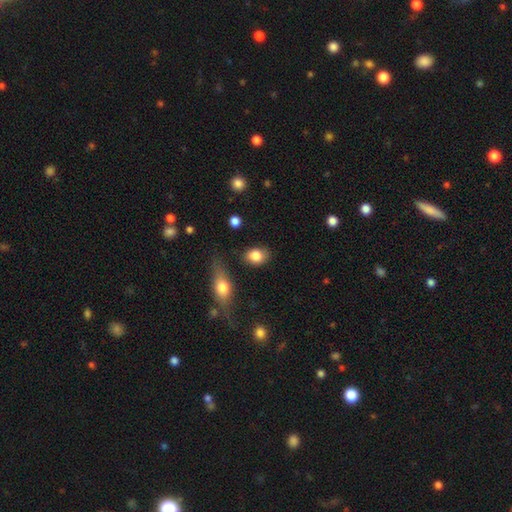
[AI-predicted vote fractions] The model was most divided on "how rounded": in between: 70%, round: 28%, cigar-shaped: 2%. More confident: smooth or featured — smooth (84%); merging — none (79%).